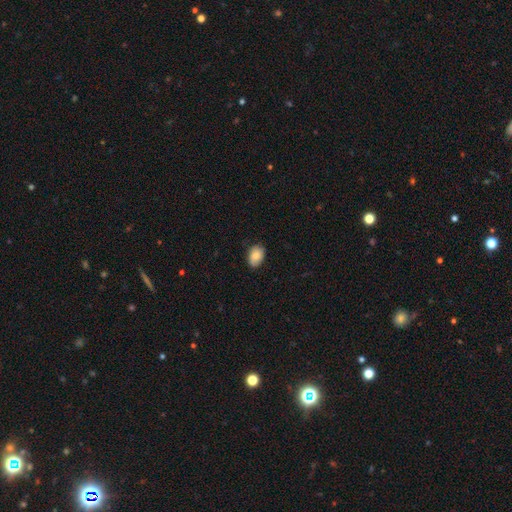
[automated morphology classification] Smooth or featured?
  - smooth: 84% *
  - featured or disk: 8%
  - star or artifact: 7%
How rounded?
  - in between: 83% *
  - round: 16%
  - cigar-shaped: 1%
Merging?
  - none: 80% *
  - minor disturbance: 16%
  - major disturbance: 2%
  - merger: 1%